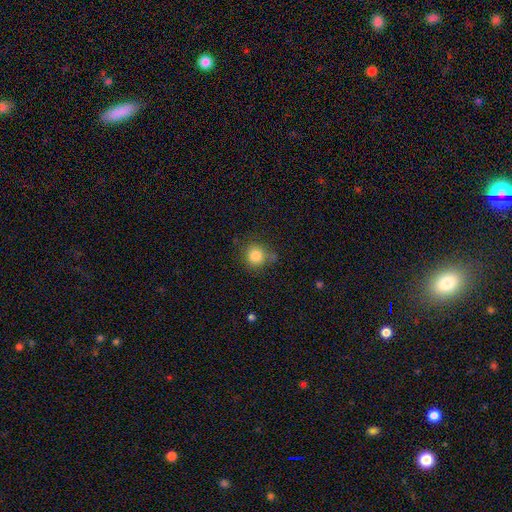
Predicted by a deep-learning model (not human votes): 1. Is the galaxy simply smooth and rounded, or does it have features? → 83% smooth, 11% star or artifact, 6% featured or disk.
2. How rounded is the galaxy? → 89% round, 11% in between, 1% cigar-shaped.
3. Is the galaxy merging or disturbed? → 72% none, 18% minor disturbance, 5% merger, 5% major disturbance.